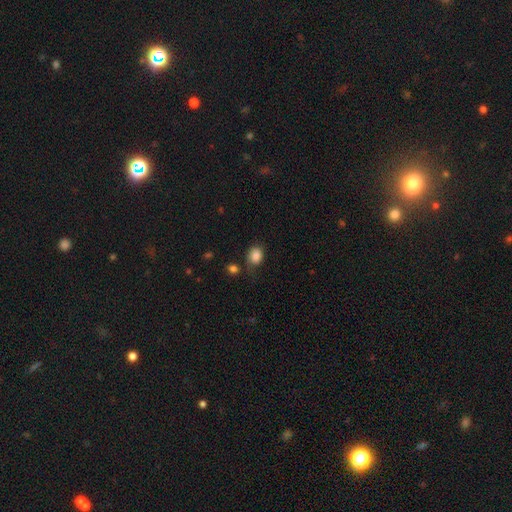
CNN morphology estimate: Smooth or featured: smooth — 85% (star or artifact — 10%)
How rounded: in between — 57% (round — 42%)
Merging: none — 63% (minor disturbance — 25%)